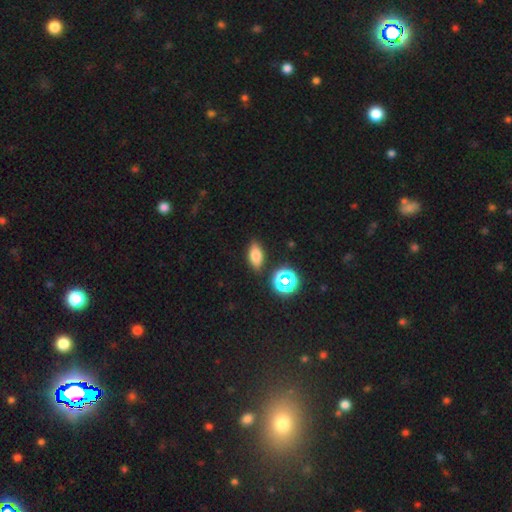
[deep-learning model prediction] Morphology: type=smooth (72%); roundness=in between (84%); merging=none (85%).